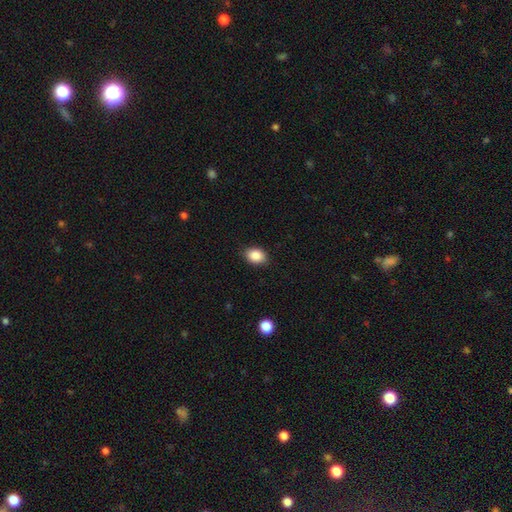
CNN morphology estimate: A smooth galaxy with no disk features (87%) that is in between round and cigar-shaped (65%). Merging: none (86%).